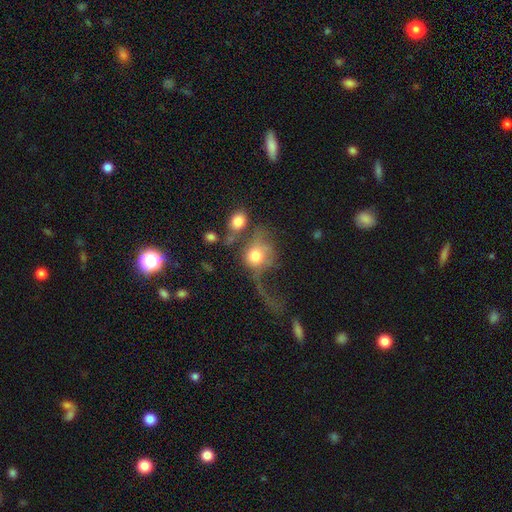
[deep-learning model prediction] Smooth or featured? smooth (60%)
How rounded? round (68%)
Merging? major disturbance (49%)